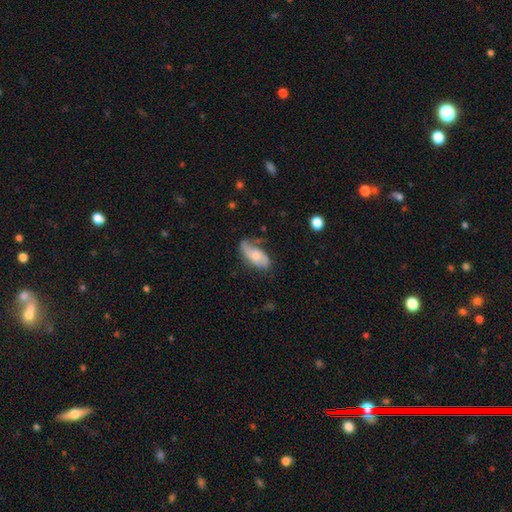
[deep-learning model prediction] This appears to be a featured or disk galaxy (57%) with no bar (62%), spiral arms (85%) and a small central bulge (44%). Merging: none (52%).